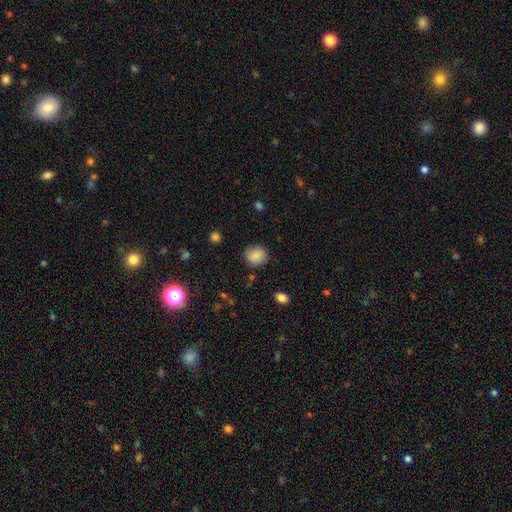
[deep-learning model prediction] Overall: smooth (82%). How rounded: round (83%). Merging: none (81%).